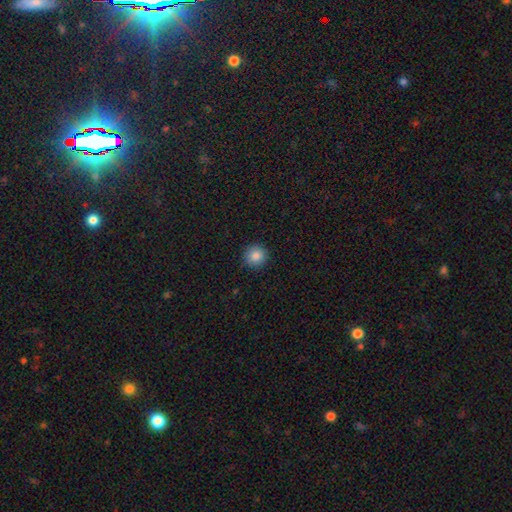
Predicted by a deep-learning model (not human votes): smooth_or_featured: smooth (p=0.85) [alt: star or artifact p=0.10]
how_rounded: round (p=0.94) [alt: in between p=0.05]
merging: none (p=0.91) [alt: minor disturbance p=0.06]